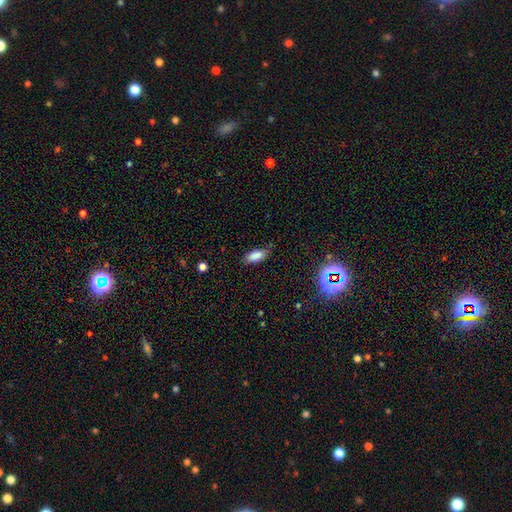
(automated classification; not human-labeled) Smooth or featured: smooth — 83% (star or artifact — 10%)
How rounded: in between — 85% (cigar-shaped — 12%)
Merging: none — 75% (minor disturbance — 19%)